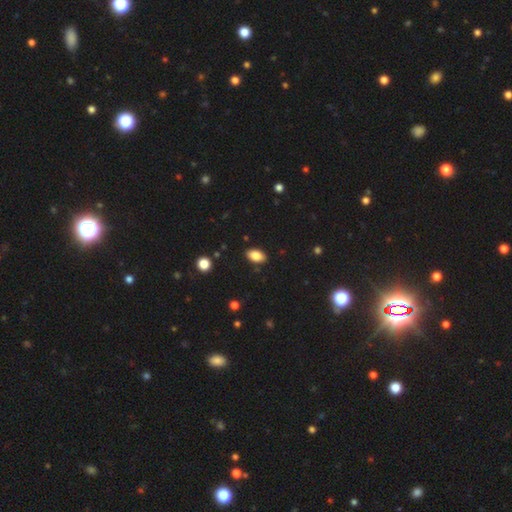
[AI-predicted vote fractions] smooth-or-featured: smooth: 84% | star or artifact: 8% | featured or disk: 7%
  how-rounded: in between: 92% | round: 5% | cigar-shaped: 3%
  merging: none: 87% | minor disturbance: 9% | major disturbance: 2% | merger: 1%